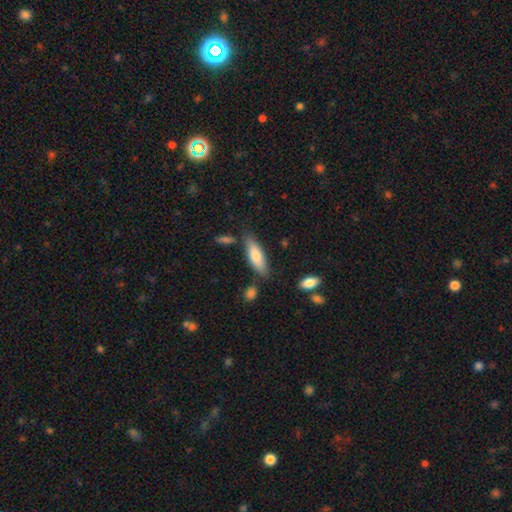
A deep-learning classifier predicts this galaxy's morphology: Smooth or featured? Predicted: smooth (p=0.73). How rounded? Predicted: in between (p=0.49, tied with cigar-shaped). Merging? Predicted: none (p=0.75).